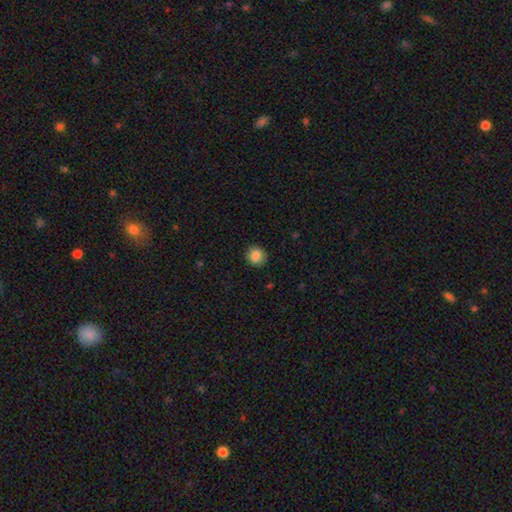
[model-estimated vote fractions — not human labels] smooth 86%, star or artifact 9%, featured or disk 5%. Down the decision tree: how rounded — round (87%); merging — none (90%).